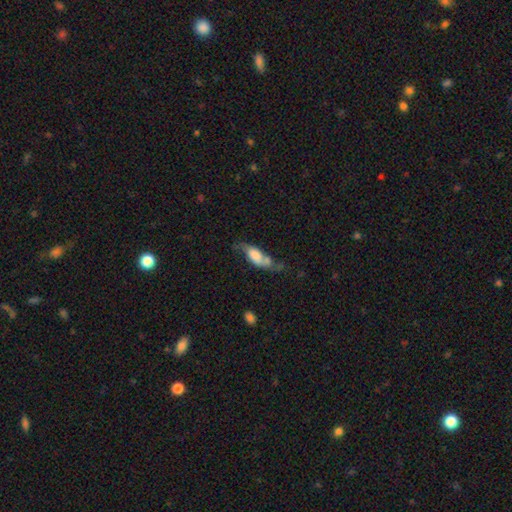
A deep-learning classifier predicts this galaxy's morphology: Smooth or featured? Predicted: smooth (p=0.55). How rounded? Predicted: in between (p=0.74). Merging? Predicted: none (p=0.30).